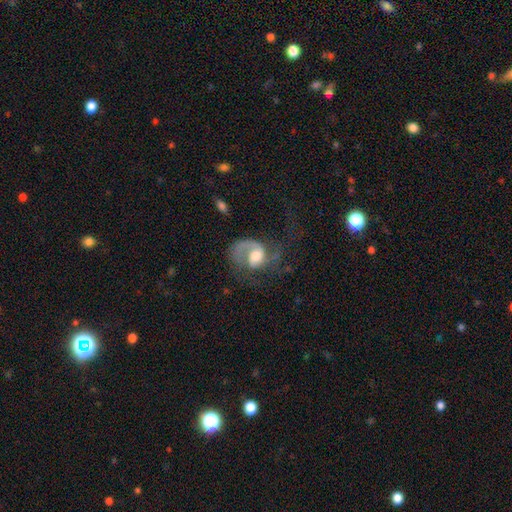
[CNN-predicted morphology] smooth_or_featured: featured or disk (p=0.80) [alt: smooth p=0.14]
disk_edge_on: no (p=0.98) [alt: yes p=0.02]
bar: no (p=0.59) [alt: weak p=0.35]
has_spiral_arms: yes (p=0.94) [alt: no p=0.06]
spiral_winding: medium (p=0.44) [alt: loose p=0.38]
spiral_arm_count: 1 (p=0.64) [alt: 2 p=0.28]
bulge_size: moderate (p=0.52) [alt: large p=0.30]
merging: none (p=0.44) [alt: major disturbance p=0.36]